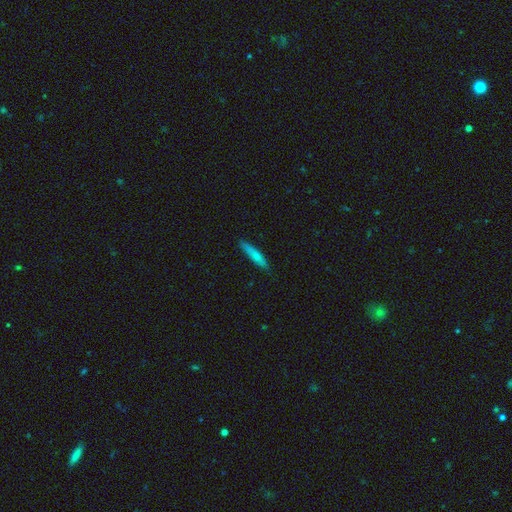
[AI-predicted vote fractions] The model was most divided on "smooth or featured": smooth: 67%, featured or disk: 27%, star or artifact: 6%. More confident: how rounded — cigar-shaped (88%); merging — none (85%).